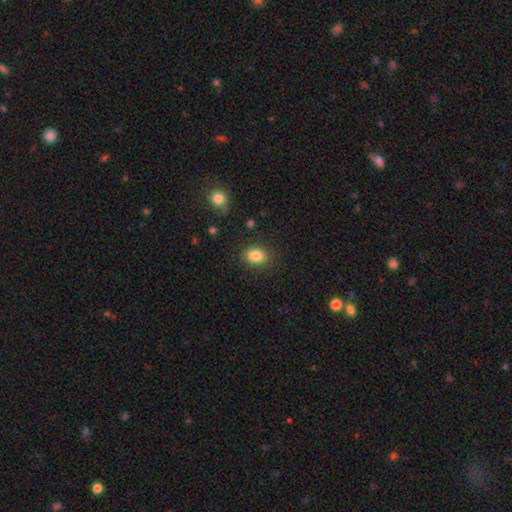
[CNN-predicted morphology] The model was most divided on "how rounded": in between: 74%, round: 25%, cigar-shaped: 1%. More confident: smooth or featured — smooth (85%); merging — none (83%).